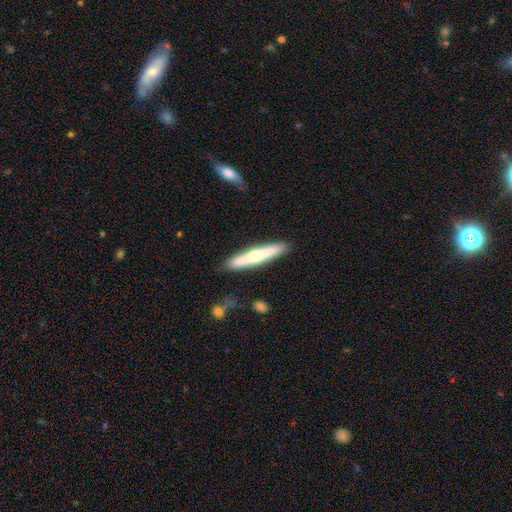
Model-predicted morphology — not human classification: Smooth or featured? Predicted: featured or disk (p=0.51). Edge-on disk? Predicted: yes (p=0.92). Merging? Predicted: none (p=0.86).